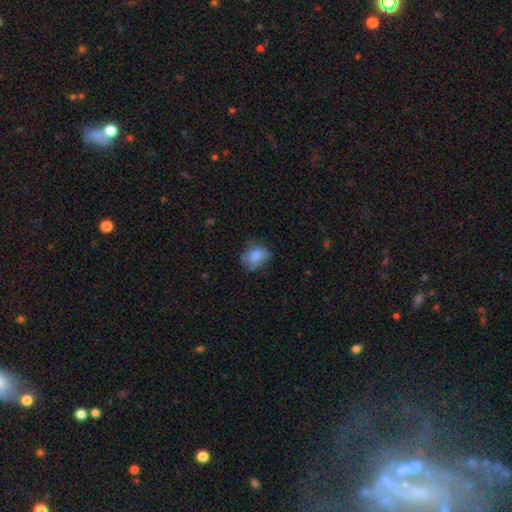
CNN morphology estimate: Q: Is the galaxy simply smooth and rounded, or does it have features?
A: smooth — 74%.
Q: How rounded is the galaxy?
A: in between — 57%.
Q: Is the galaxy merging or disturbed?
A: none — 52%.